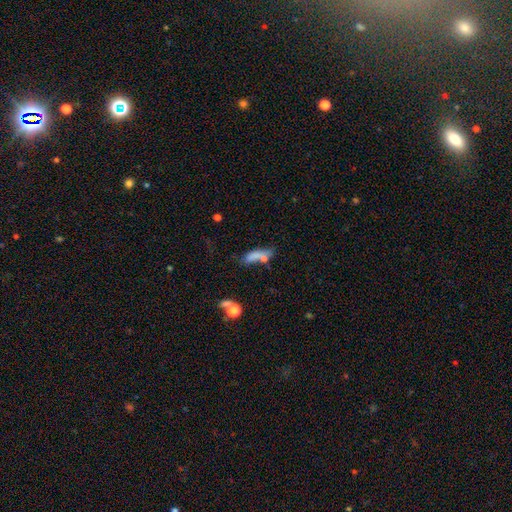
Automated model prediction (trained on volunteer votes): This is likely a smooth galaxy (67%). How rounded: possibly in between (53%). Merging: marginally none (36%).